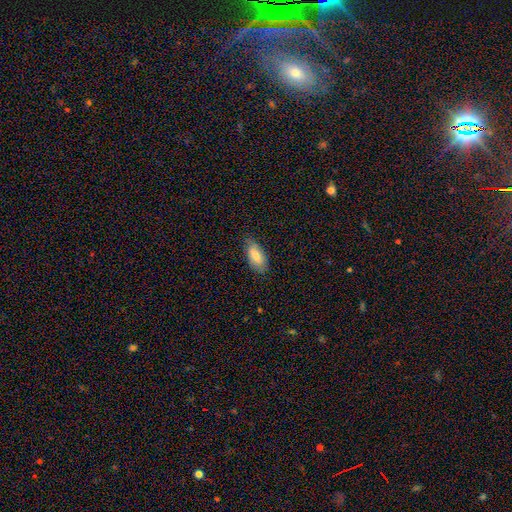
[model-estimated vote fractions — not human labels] A smooth galaxy with no disk features (78%) that is in between round and cigar-shaped (86%).

Vote fractions:
- Smooth or featured? smooth: 78% / featured or disk: 15% / star or artifact: 7%
- How rounded? in between: 86% / cigar-shaped: 12% / round: 2%
- Merging? none: 77% / minor disturbance: 19% / major disturbance: 3% / merger: 1%